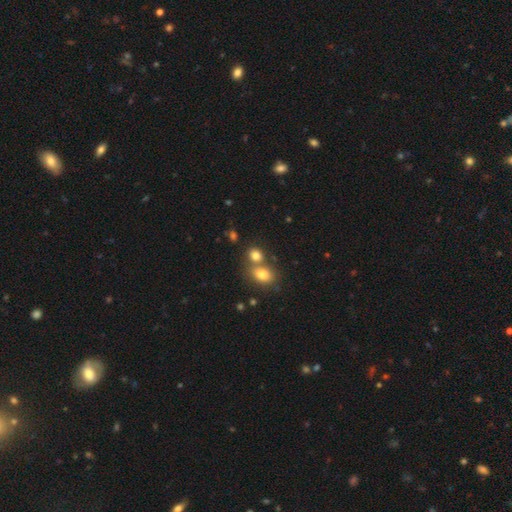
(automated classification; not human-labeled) A smooth galaxy with no disk features (79%) that is round (53%).

Vote fractions:
- Smooth or featured? smooth: 79% / star or artifact: 11% / featured or disk: 9%
- How rounded? round: 53% / in between: 46% / cigar-shaped: 1%
- Merging? none: 45% / merger: 43% / minor disturbance: 8% / major disturbance: 3%